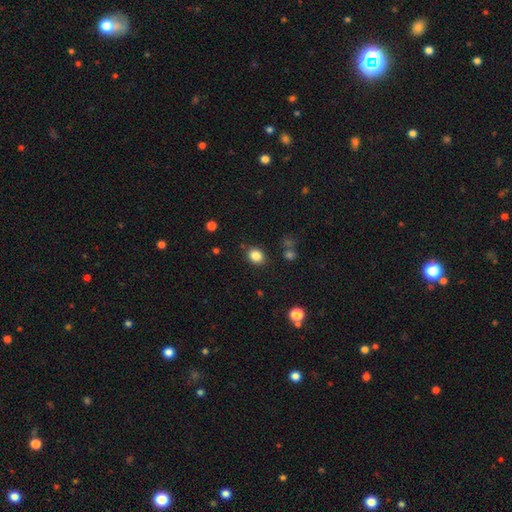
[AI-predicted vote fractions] smooth_or_featured: smooth (p=0.84) [alt: star or artifact p=0.11]
how_rounded: round (p=0.60) [alt: in between p=0.39]
merging: none (p=0.84) [alt: minor disturbance p=0.10]